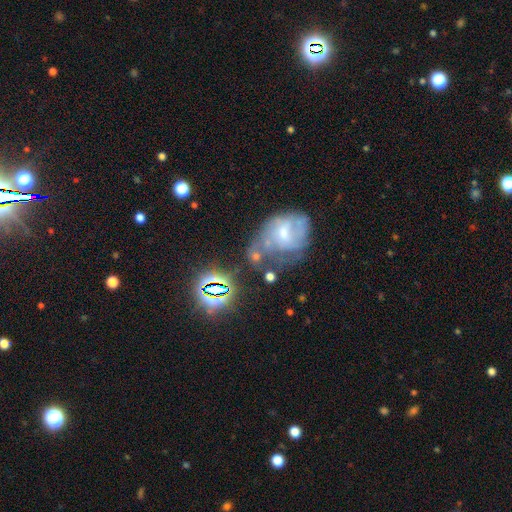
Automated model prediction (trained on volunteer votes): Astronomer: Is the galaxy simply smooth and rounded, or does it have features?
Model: featured or disk — 48% (runner-up: smooth, 28%).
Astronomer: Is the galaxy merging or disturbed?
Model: none — 31% (runner-up: major disturbance, 27%).